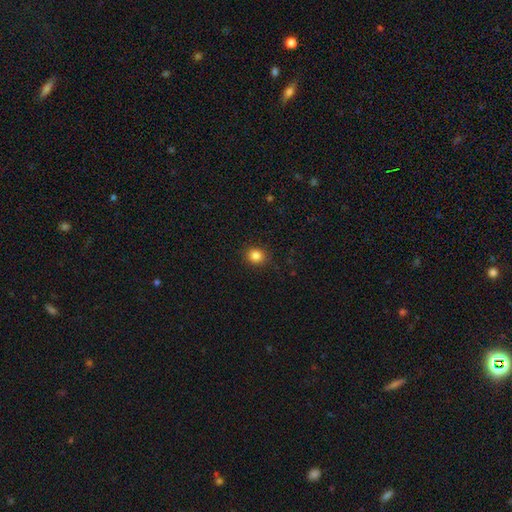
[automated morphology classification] Overall: smooth (85%). How rounded: round (78%). Merging: none (89%).